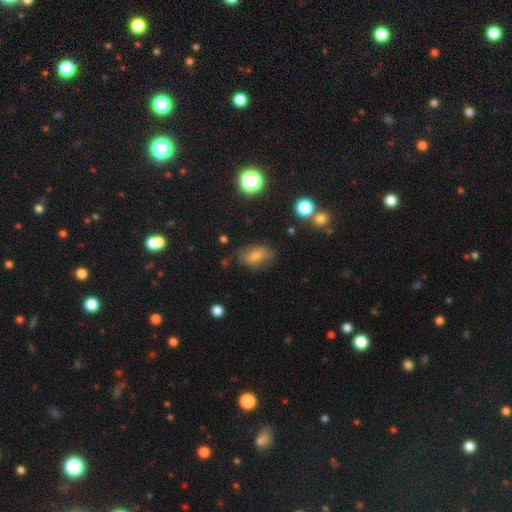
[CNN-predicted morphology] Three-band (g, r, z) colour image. It shows a smooth galaxy with no disk features (65%) that is in between round and cigar-shaped (84%). Merging: none (74%).